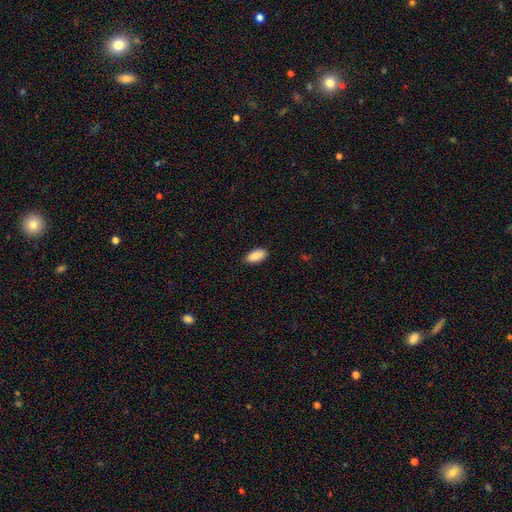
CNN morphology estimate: smooth_or_featured: smooth (p=0.90) [alt: star or artifact p=0.06]
how_rounded: in between (p=0.93) [alt: cigar-shaped p=0.04]
merging: none (p=0.85) [alt: minor disturbance p=0.12]